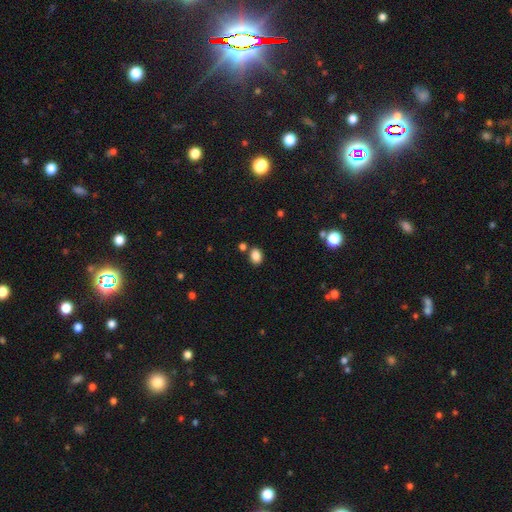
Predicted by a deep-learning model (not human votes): Smooth or featured? Predicted: smooth (p=0.86). How rounded? Predicted: in between (p=0.71). Merging? Predicted: none (p=0.76).